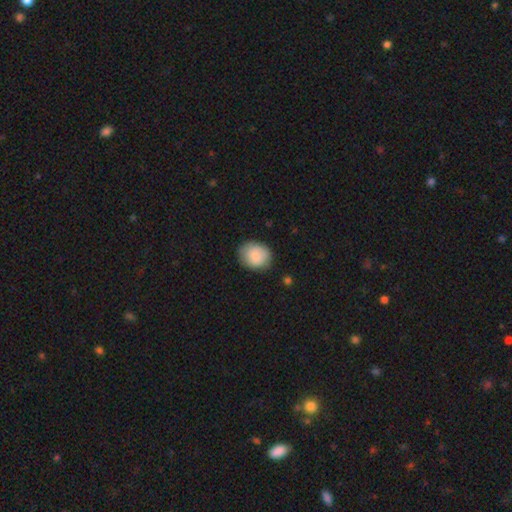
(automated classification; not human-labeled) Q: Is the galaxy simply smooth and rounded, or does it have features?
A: smooth — 86%.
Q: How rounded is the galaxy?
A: round — 64%.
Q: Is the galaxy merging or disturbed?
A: none — 80%.